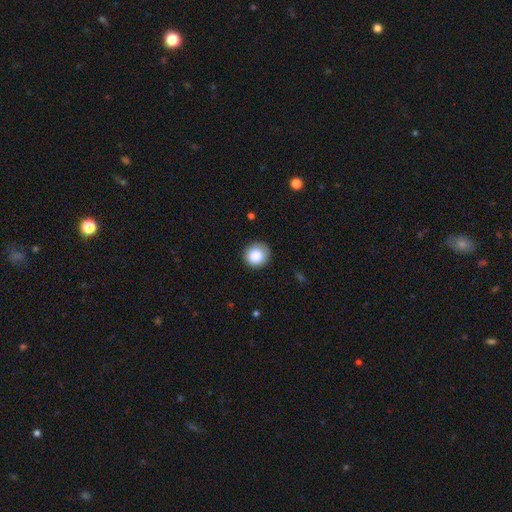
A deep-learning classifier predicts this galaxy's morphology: The model was most divided on "merging": none: 82%, minor disturbance: 13%, major disturbance: 3%, merger: 1%. More confident: how rounded — round (90%); smooth or featured — smooth (86%).